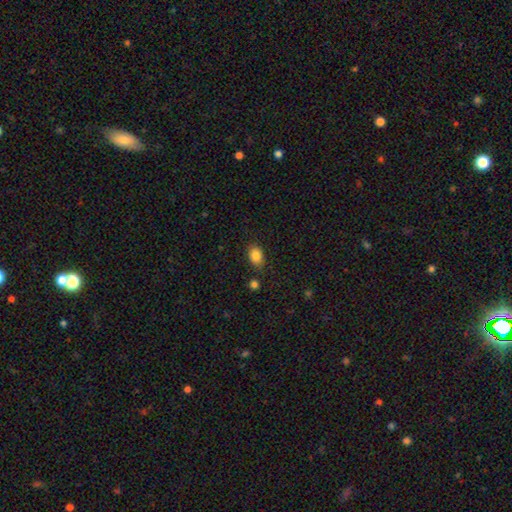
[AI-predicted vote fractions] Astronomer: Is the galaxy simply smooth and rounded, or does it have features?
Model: smooth — 84%.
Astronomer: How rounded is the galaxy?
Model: in between — 78%.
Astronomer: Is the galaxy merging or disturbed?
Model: none — 80%.